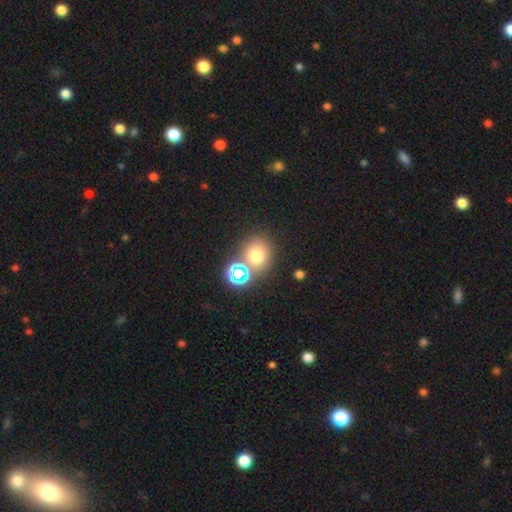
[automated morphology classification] This is likely a smooth galaxy (66%). How rounded: likely round (80%). Merging: likely none (66%).